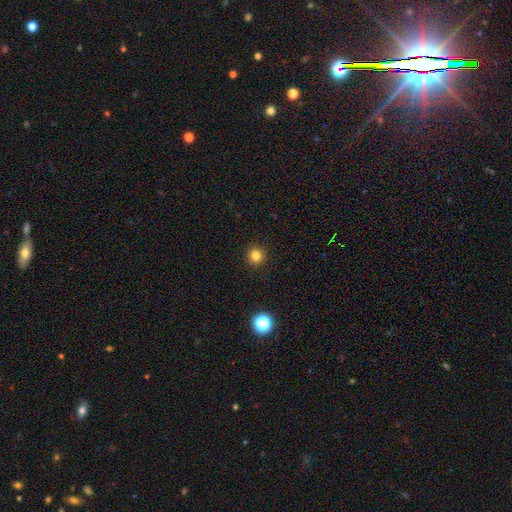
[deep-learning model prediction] smooth 82%, star or artifact 13%, featured or disk 5%. Down the decision tree: how rounded — round (95%); merging — none (93%).